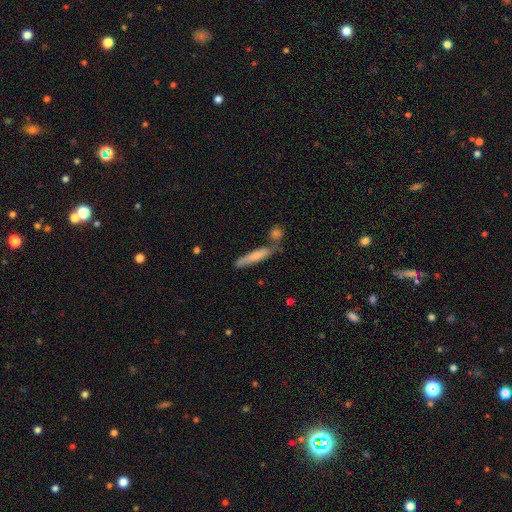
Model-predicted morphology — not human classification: Smooth or featured: smooth — 71% (featured or disk — 23%)
How rounded: cigar-shaped — 87% (in between — 11%)
Merging: none — 60% (merger — 20%)